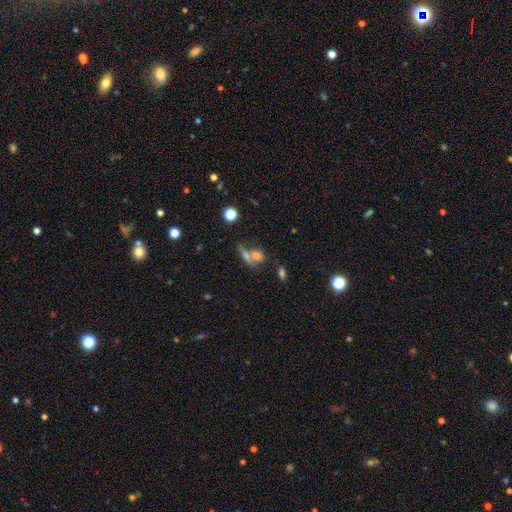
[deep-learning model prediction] Smooth or featured: smooth — 63% (featured or disk — 20%)
How rounded: in between — 51% (round — 35%)
Merging: merger — 47% (none — 36%)